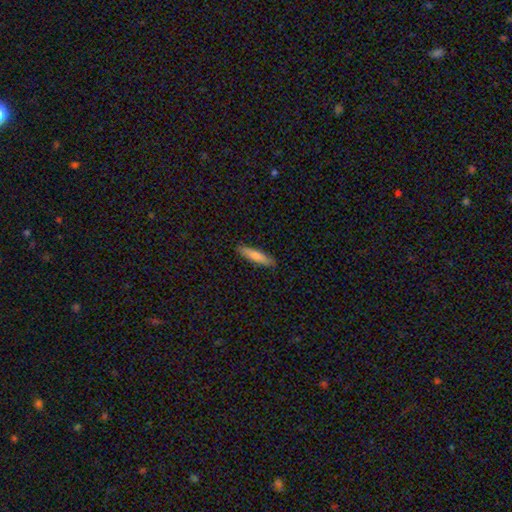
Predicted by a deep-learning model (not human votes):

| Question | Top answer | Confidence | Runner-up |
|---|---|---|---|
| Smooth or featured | smooth | 77% | featured or disk (17%) |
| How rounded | cigar-shaped | 81% | in between (18%) |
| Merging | none | 88% | minor disturbance (9%) |